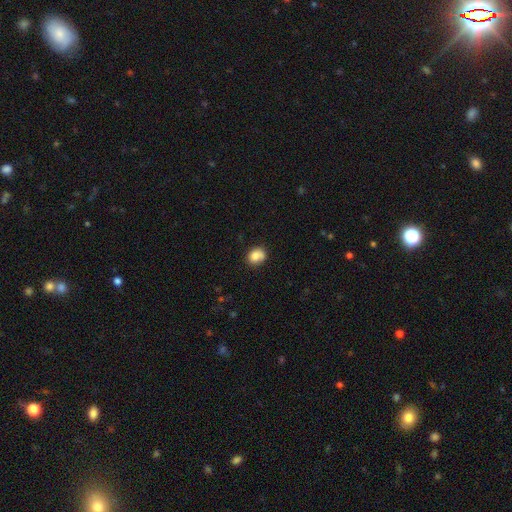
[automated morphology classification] Smooth or featured? smooth (79%)
How rounded? round (61%)
Merging? none (61%)